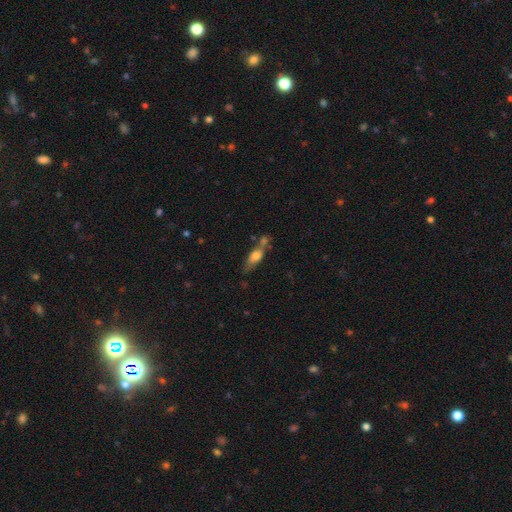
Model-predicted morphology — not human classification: A smooth galaxy with no disk features (63%) that is in between round and cigar-shaped (57%). Merging: none (43%).